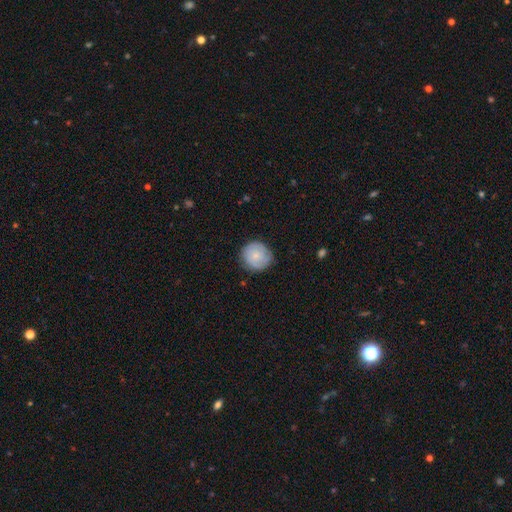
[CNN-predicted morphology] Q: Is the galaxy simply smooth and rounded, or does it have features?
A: smooth — 63%.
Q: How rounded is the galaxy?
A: round — 91%.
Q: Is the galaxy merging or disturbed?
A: none — 81%.